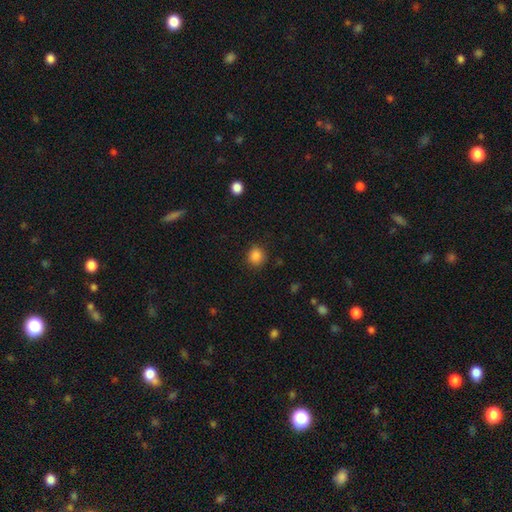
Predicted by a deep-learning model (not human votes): Smooth or featured: smooth — 86% (star or artifact — 10%)
How rounded: round — 88% (in between — 11%)
Merging: none — 87% (minor disturbance — 9%)